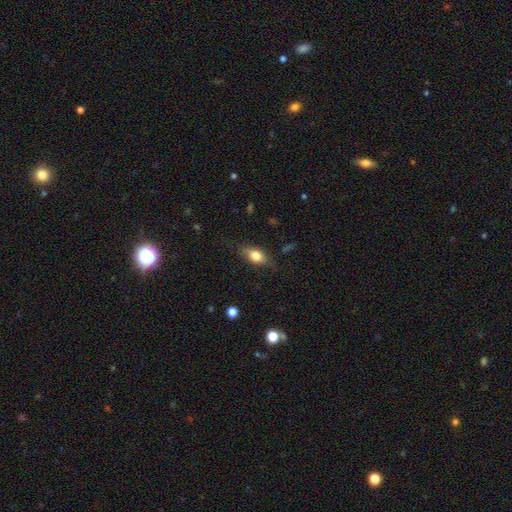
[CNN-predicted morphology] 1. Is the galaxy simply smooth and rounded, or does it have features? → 74% smooth, 18% featured or disk, 8% star or artifact.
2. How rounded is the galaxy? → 80% in between, 11% cigar-shaped, 9% round.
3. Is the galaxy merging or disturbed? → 76% none, 18% minor disturbance, 5% major disturbance, 1% merger.